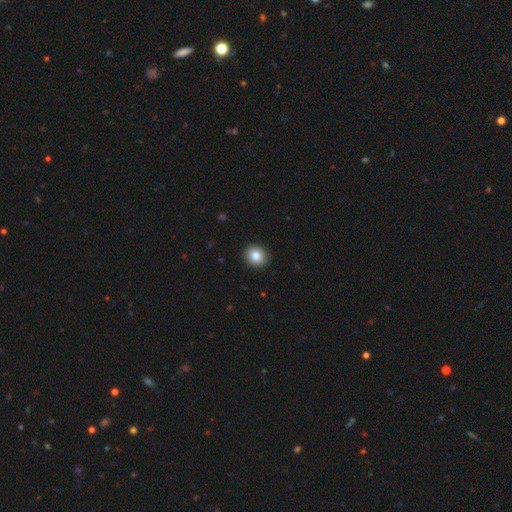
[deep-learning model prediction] smooth-or-featured: smooth: 85% | star or artifact: 9% | featured or disk: 6%
  how-rounded: round: 74% | in between: 25% | cigar-shaped: 1%
  merging: none: 92% | minor disturbance: 6% | major disturbance: 2% | merger: 1%